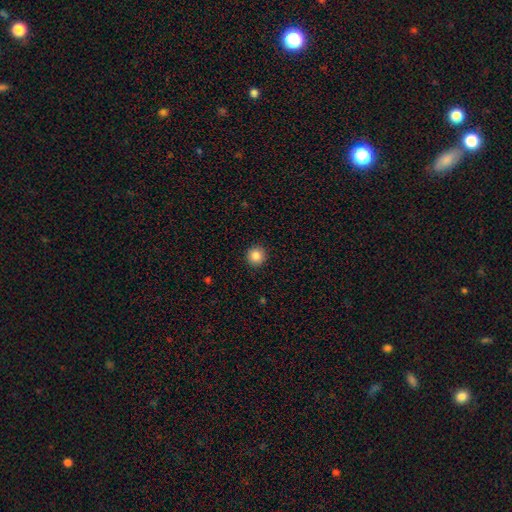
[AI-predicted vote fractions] This is clearly a smooth galaxy (87%). How rounded: clearly round (94%). Merging: clearly none (92%).